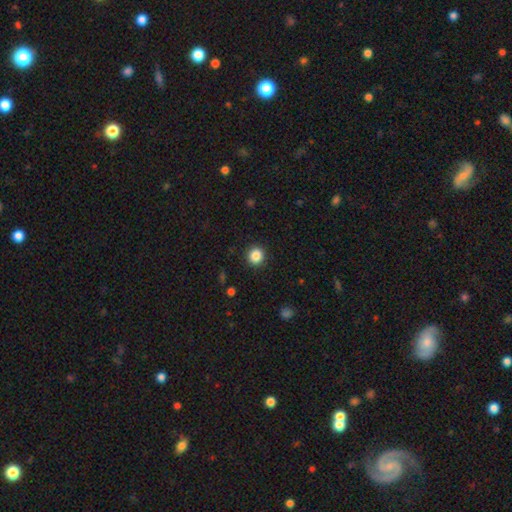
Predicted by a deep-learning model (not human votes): Smooth or featured? Predicted: smooth (p=0.86). How rounded? Predicted: round (p=0.92). Merging? Predicted: none (p=0.92).